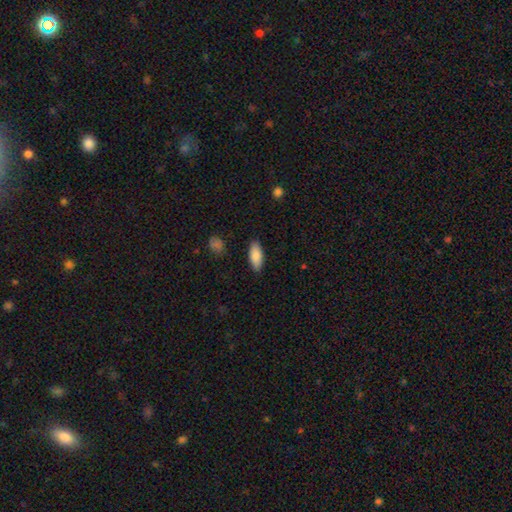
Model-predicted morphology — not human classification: This is clearly a smooth galaxy (87%). How rounded: clearly in between (82%). Merging: clearly none (88%).